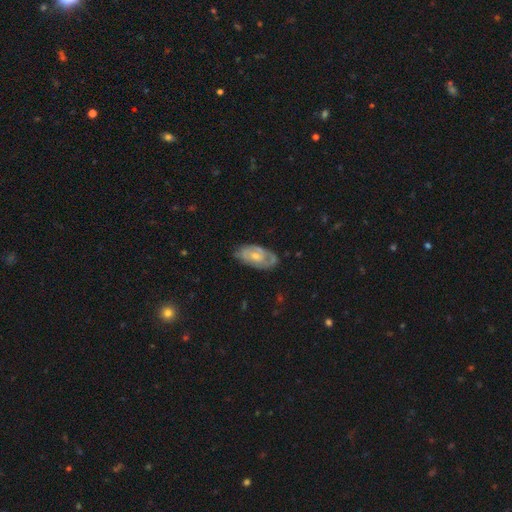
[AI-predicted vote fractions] This appears to be a featured or disk galaxy (61%) with no bar (71%), spiral arms (69%) and a moderate central bulge (49%). Merging: none (64%).